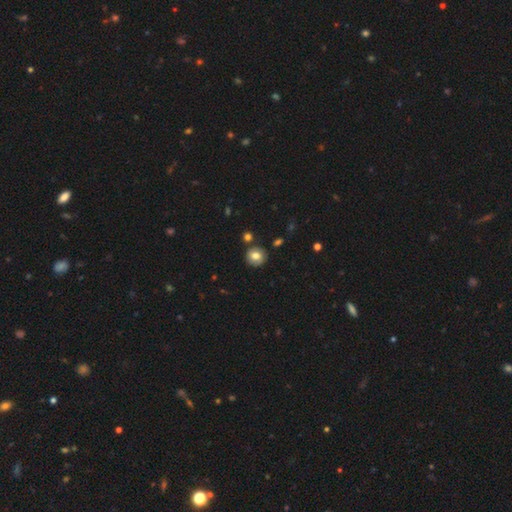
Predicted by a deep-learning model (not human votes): Smooth or featured? Predicted: smooth (p=0.73). How rounded? Predicted: round (p=0.87). Merging? Predicted: none (p=0.82).